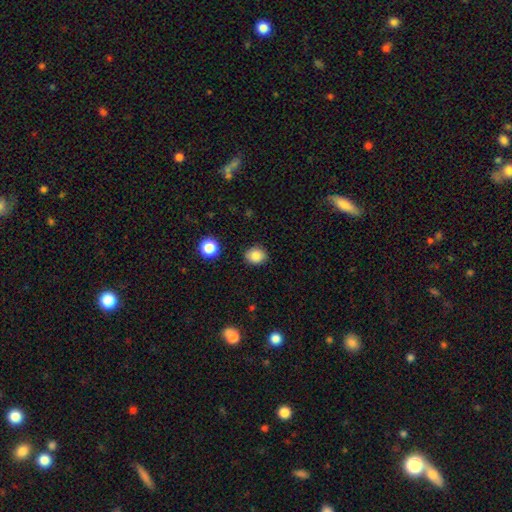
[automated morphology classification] Smooth or featured? Predicted: smooth (p=0.84). How rounded? Predicted: round (p=0.71). Merging? Predicted: none (p=0.87).